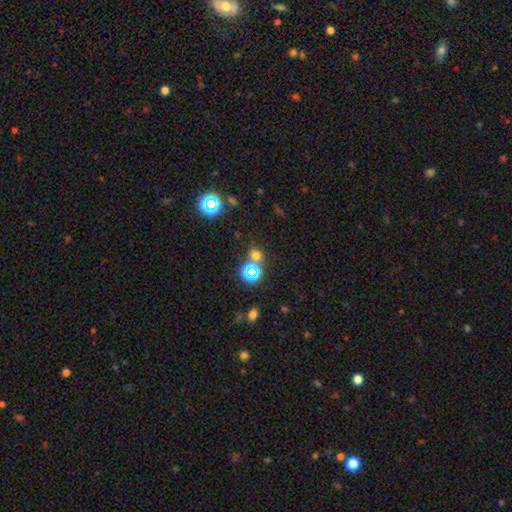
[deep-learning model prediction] A smooth galaxy with no disk features (54%) that is round (85%).

Vote fractions:
- Smooth or featured? smooth: 54% / star or artifact: 38% / featured or disk: 8%
- How rounded? round: 85% / in between: 14% / cigar-shaped: 1%
- Merging? none: 67% / merger: 21% / minor disturbance: 8% / major disturbance: 4%